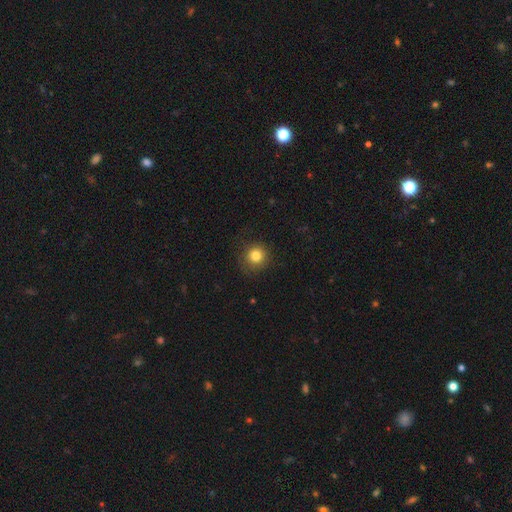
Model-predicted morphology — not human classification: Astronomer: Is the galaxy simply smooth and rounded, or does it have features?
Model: smooth — 81%.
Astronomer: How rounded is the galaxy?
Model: round — 93%.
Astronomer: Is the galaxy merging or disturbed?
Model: none — 87%.